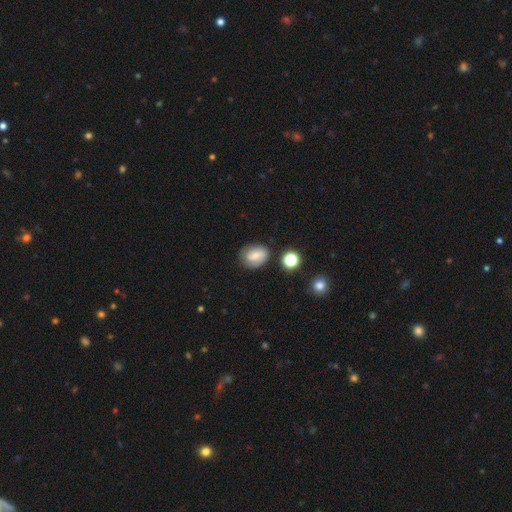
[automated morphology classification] Smooth or featured? smooth (61%)
How rounded? in between (63%)
Merging? none (71%)